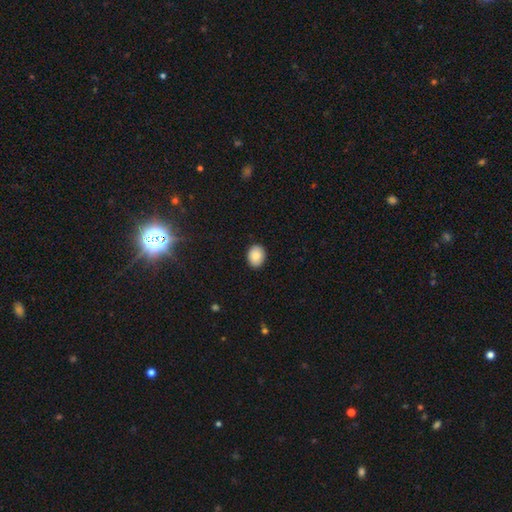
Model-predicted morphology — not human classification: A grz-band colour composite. It shows a smooth galaxy with no disk features (86%) that is in between round and cigar-shaped (60%). Merging: none (90%).